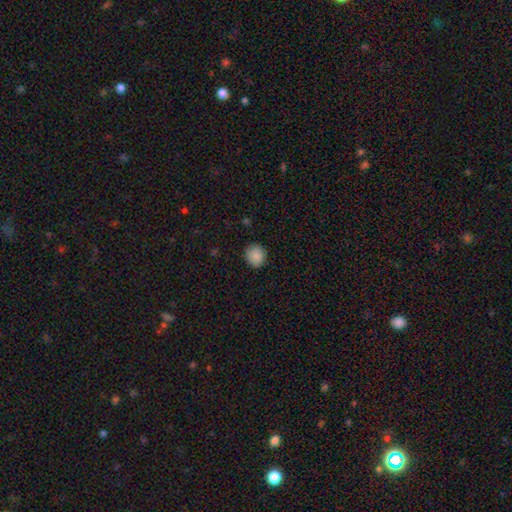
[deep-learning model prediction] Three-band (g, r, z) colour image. It shows a smooth galaxy with no disk features (88%) that is round (78%). Merging: none (86%).